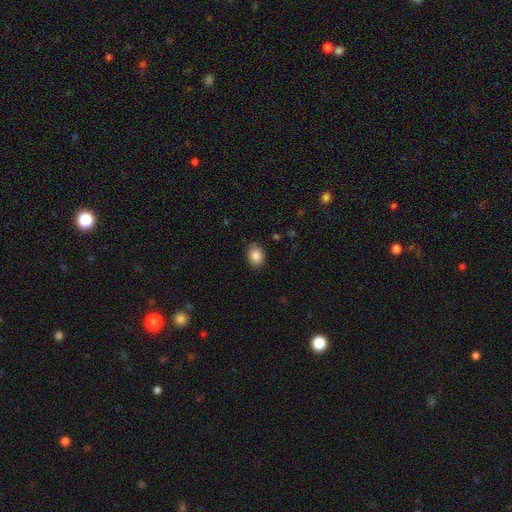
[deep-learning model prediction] The model was most divided on "how rounded": in between: 70%, round: 29%, cigar-shaped: 1%. More confident: merging — none (87%); smooth or featured — smooth (86%).